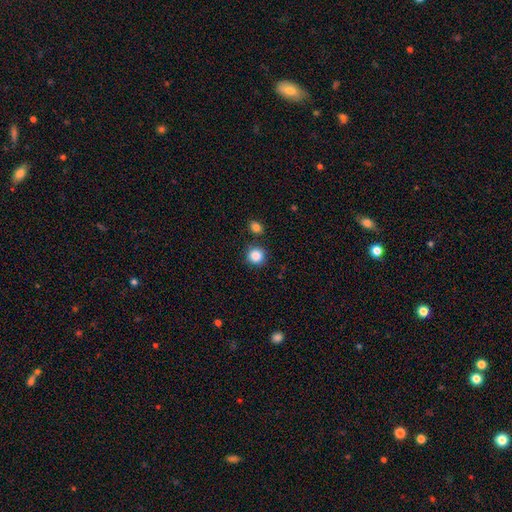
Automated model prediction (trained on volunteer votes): Morphology: type=smooth (87%); roundness=round (92%); merging=none (82%).